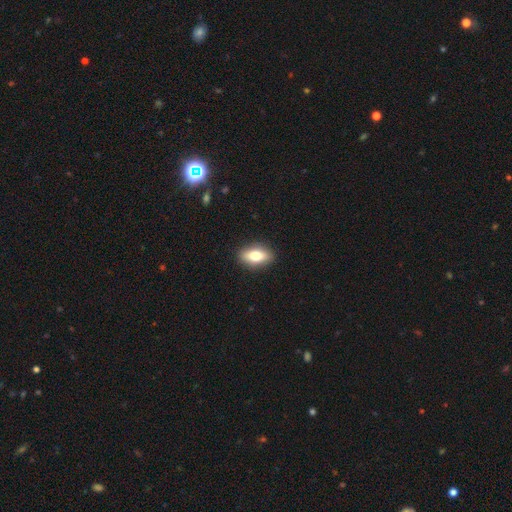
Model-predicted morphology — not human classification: Smooth or featured? smooth (71%)
How rounded? in between (83%)
Merging? none (89%)